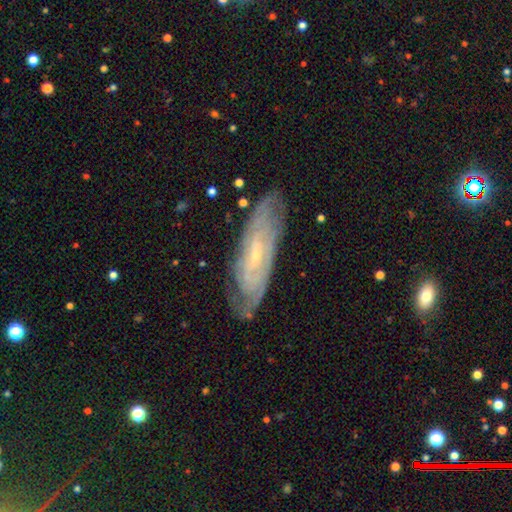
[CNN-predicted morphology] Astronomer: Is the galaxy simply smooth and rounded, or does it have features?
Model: featured or disk — 79%.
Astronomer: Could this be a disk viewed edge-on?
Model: no — 81%.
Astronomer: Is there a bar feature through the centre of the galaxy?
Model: weak — 43% (runner-up: no, 41%).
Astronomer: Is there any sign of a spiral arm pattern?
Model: yes — 91%.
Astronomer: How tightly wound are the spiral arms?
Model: tight — 67%.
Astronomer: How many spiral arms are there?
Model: can't tell — 51%.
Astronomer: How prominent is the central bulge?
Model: small — 79%.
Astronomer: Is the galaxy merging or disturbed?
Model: none — 77%.